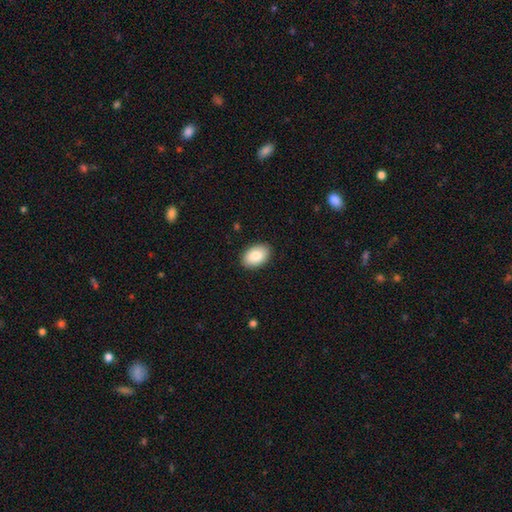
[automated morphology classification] smooth 85%, featured or disk 9%, star or artifact 6%. Down the decision tree: how rounded — in between (88%); merging — none (89%).